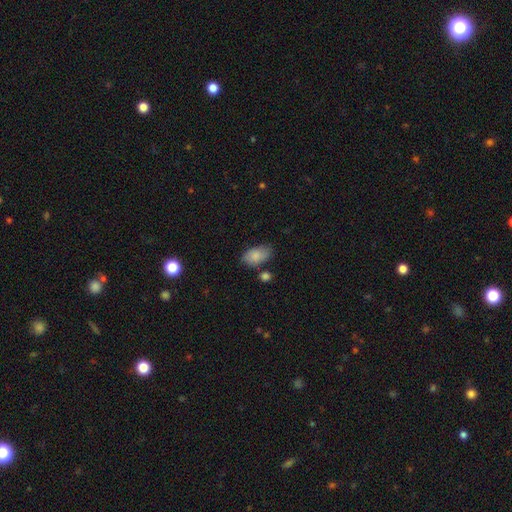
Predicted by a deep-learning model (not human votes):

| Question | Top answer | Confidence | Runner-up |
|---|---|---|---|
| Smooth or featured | smooth | 85% | featured or disk (8%) |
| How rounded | in between | 92% | round (6%) |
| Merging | none | 66% | minor disturbance (22%) |